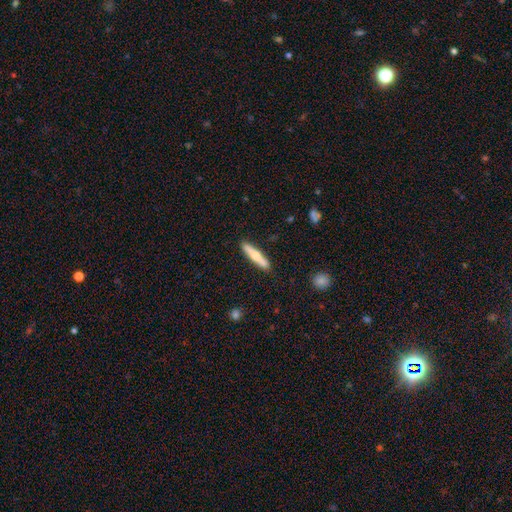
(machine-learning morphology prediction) Smooth or featured? smooth (53%)
How rounded? cigar-shaped (90%)
Merging? none (87%)